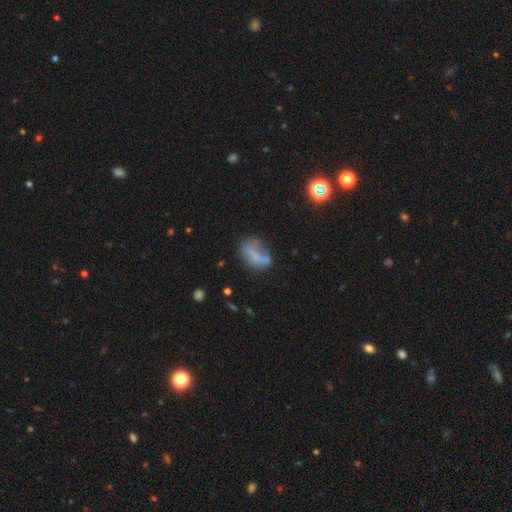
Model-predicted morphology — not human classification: smooth 56%, featured or disk 30%, star or artifact 14%. Down the decision tree: how rounded — in between (77%); merging — none (40%).